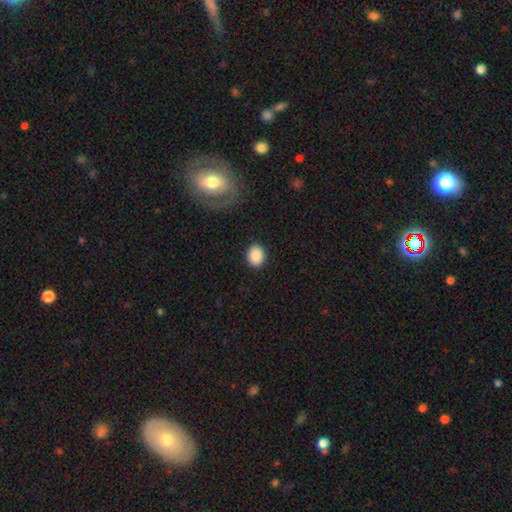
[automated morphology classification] Smooth or featured? Predicted: smooth (p=0.88). How rounded? Predicted: round (p=0.61). Merging? Predicted: none (p=0.89).